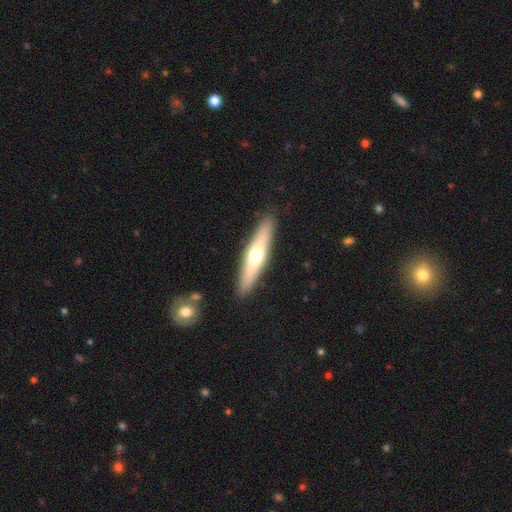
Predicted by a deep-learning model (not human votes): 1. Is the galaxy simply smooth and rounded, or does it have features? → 49% smooth, 45% featured or disk, 5% star or artifact.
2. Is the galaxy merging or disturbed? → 90% none, 7% minor disturbance, 2% major disturbance, 1% merger.